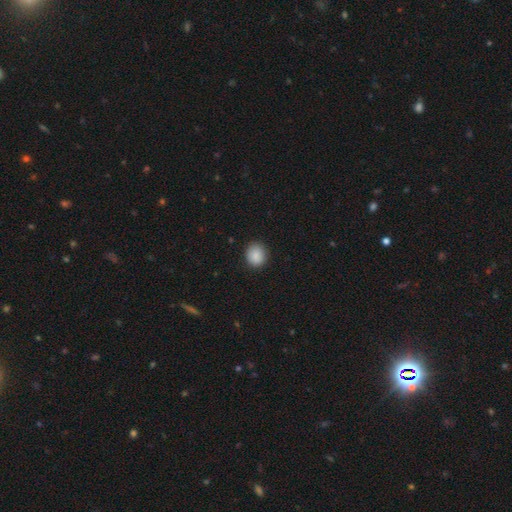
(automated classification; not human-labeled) Morphology: type=smooth (88%); roundness=round (79%); merging=none (86%).